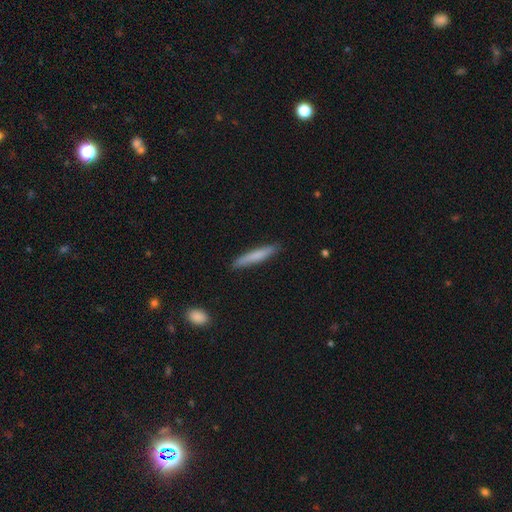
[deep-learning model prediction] This appears to be a smooth galaxy with no disk features (74%) that is cigar-shaped (94%). Merging: none (89%).